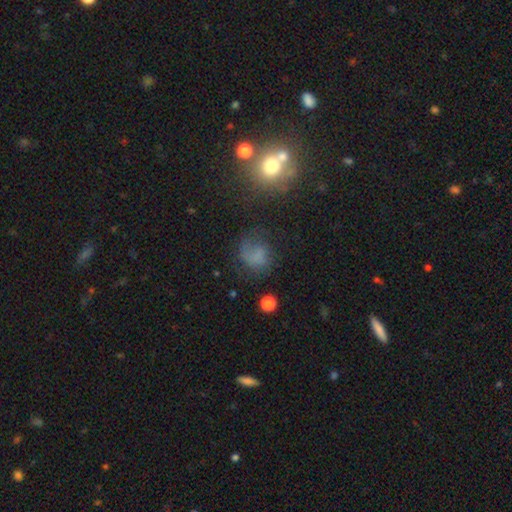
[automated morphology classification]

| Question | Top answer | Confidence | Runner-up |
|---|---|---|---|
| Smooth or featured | smooth | 59% | featured or disk (21%) |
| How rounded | round | 63% | in between (35%) |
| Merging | none | 45% | major disturbance (28%) |